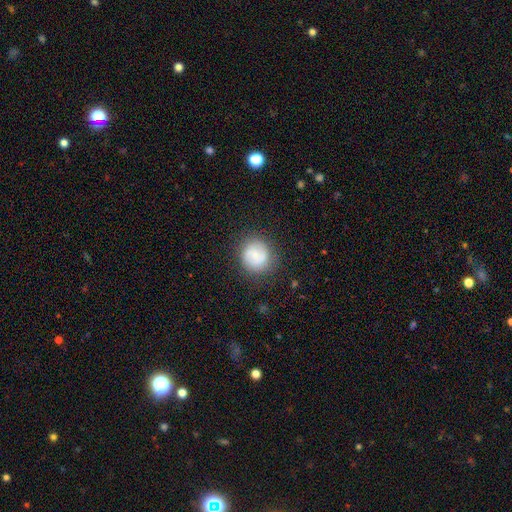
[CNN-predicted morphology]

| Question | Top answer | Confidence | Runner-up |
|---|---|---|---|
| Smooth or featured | smooth | 55% | featured or disk (37%) |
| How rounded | round | 89% | in between (10%) |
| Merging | none | 80% | minor disturbance (13%) |